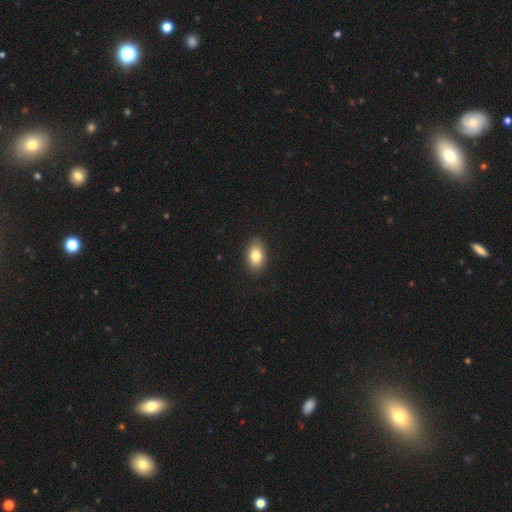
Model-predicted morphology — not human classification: The model was most divided on "how rounded": in between: 83%, round: 15%, cigar-shaped: 1%. More confident: merging — none (88%); smooth or featured — smooth (82%).